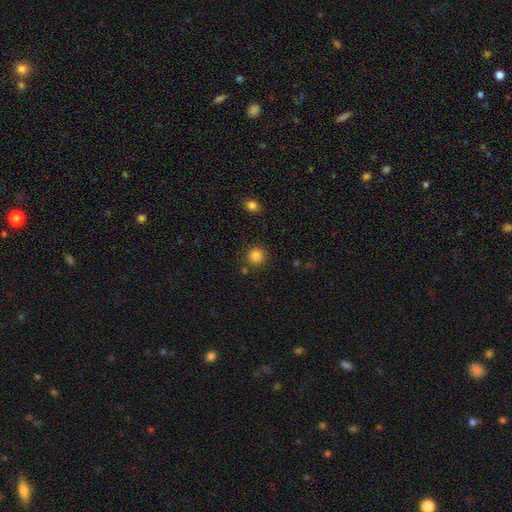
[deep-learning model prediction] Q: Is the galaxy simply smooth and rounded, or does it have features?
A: smooth — 85%.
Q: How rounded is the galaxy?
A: round — 92%.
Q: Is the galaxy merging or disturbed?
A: none — 86%.